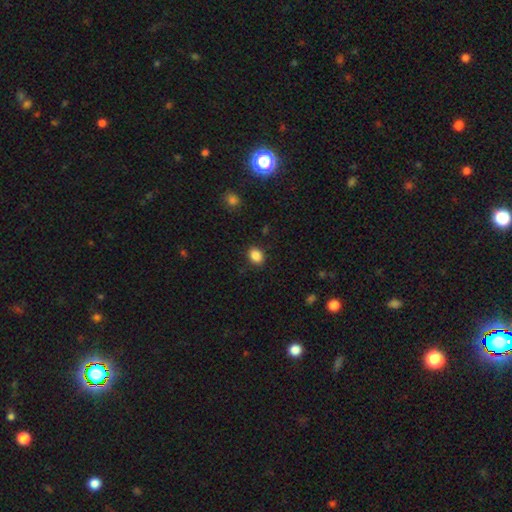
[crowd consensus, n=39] Q: Smooth or featured?
A: smooth (92%); runner-up: star or artifact (5%)
Q: How rounded?
A: in between (58%); runner-up: round (42%)
Q: Merging?
A: none (95%); runner-up: minor disturbance (3%)